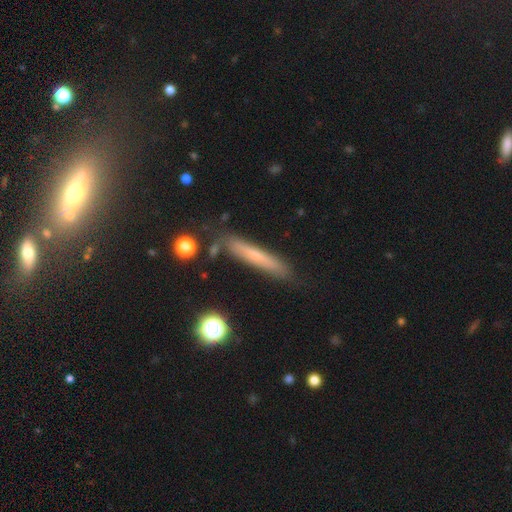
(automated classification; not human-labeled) Overall: smooth (57%; featured or disk 34%). How rounded: cigar-shaped (92%). Merging: none (80%).